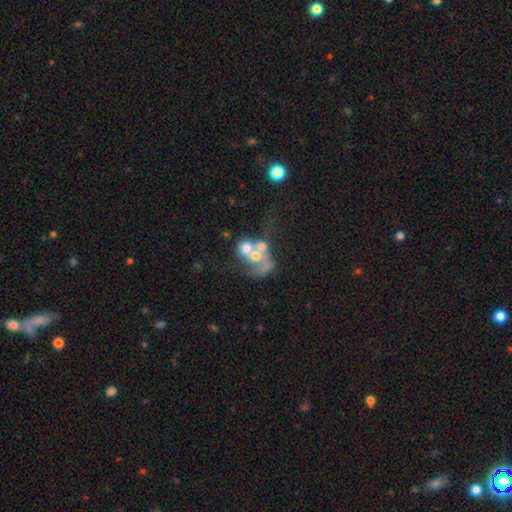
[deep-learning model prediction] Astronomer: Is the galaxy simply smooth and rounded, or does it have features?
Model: featured or disk — 53% (runner-up: smooth, 35%).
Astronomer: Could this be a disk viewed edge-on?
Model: no — 97%.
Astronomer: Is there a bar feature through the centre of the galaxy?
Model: no — 88%.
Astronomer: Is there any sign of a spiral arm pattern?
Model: no — 77%.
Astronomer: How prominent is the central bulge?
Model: moderate — 44% (runner-up: none, 21%).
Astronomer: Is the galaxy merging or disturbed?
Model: merger — 67%.